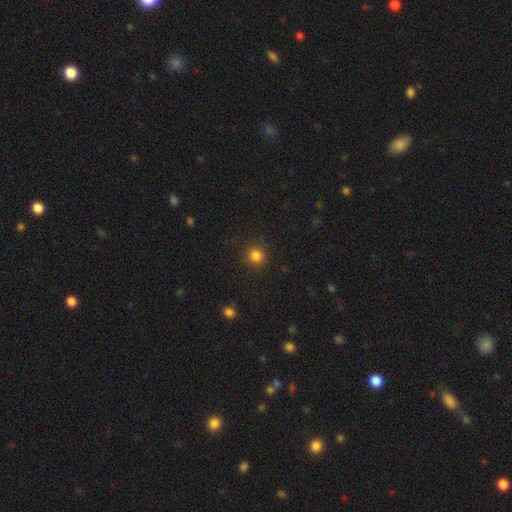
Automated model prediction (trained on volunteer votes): Smooth or featured?
  - smooth: 83% *
  - star or artifact: 12%
  - featured or disk: 4%
How rounded?
  - round: 91% *
  - in between: 8%
  - cigar-shaped: 1%
Merging?
  - none: 89% *
  - minor disturbance: 7%
  - major disturbance: 3%
  - merger: 1%